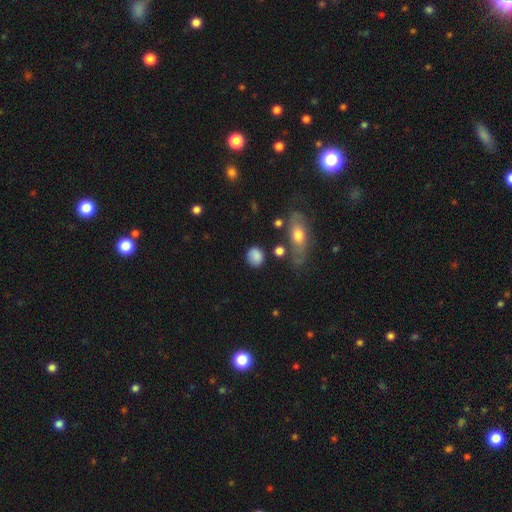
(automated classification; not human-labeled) The model was most divided on "how rounded": round: 76%, in between: 22%, cigar-shaped: 2%. More confident: smooth or featured — smooth (84%); merging — none (75%).